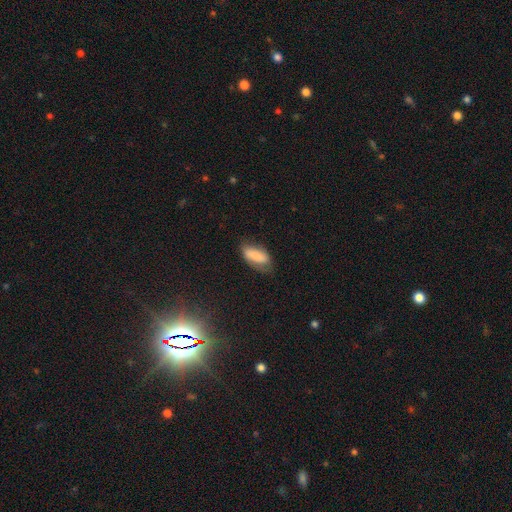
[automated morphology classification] Smooth or featured: smooth — 76% (featured or disk — 17%)
How rounded: in between — 82% (cigar-shaped — 15%)
Merging: none — 62% (minor disturbance — 28%)